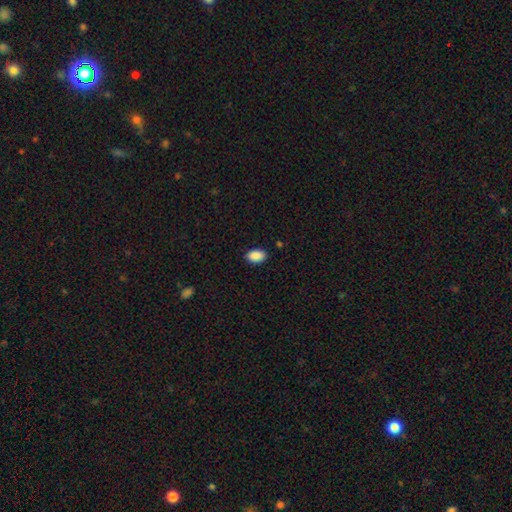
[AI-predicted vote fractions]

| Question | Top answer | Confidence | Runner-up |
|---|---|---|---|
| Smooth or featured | smooth | 90% | star or artifact (7%) |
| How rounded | in between | 92% | round (7%) |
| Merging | none | 87% | minor disturbance (9%) |